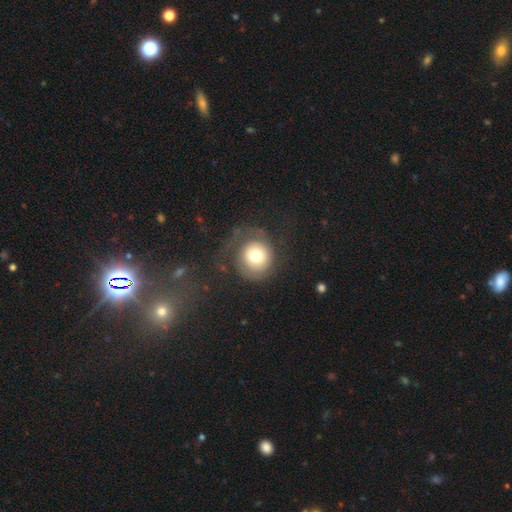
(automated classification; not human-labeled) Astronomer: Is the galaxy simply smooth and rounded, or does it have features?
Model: smooth — 57% (runner-up: featured or disk, 33%).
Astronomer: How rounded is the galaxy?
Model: round — 89%.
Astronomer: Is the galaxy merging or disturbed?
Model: none — 56%.